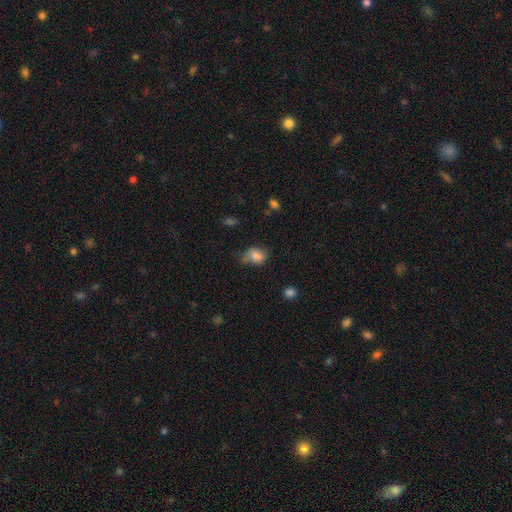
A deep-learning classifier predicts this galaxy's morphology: Smooth or featured: smooth — 79% (featured or disk — 11%)
How rounded: in between — 68% (round — 31%)
Merging: none — 48% (minor disturbance — 34%)